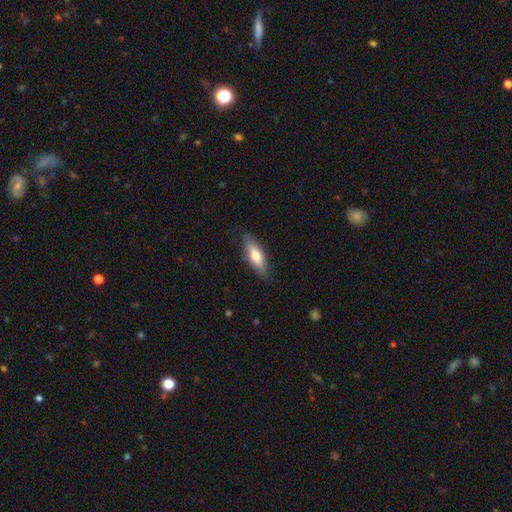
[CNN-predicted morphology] smooth-or-featured: smooth: 70% | featured or disk: 25% | star or artifact: 6%
  how-rounded: in between: 56% | cigar-shaped: 42% | round: 2%
  merging: none: 82% | minor disturbance: 14% | major disturbance: 3% | merger: 1%